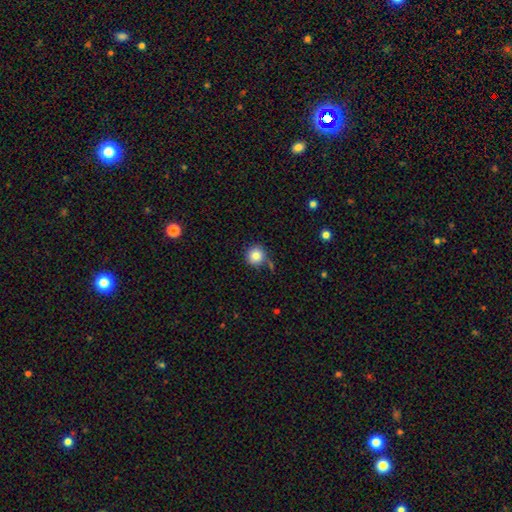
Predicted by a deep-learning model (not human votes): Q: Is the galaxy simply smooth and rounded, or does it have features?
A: smooth — 84%.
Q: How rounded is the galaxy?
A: round — 93%.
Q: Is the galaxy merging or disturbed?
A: none — 74%.